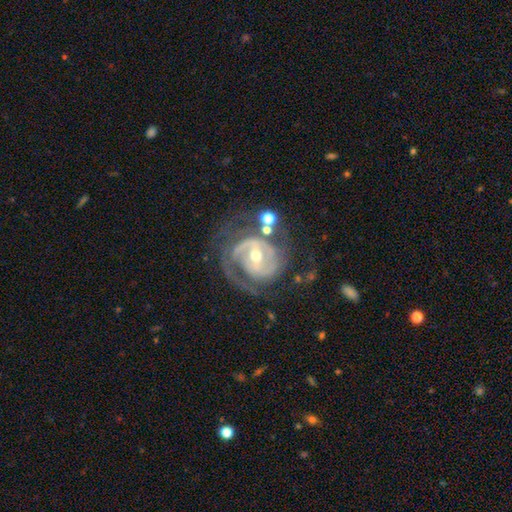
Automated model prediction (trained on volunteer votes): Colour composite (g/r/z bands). It shows a featured or disk galaxy (89%) with a weak bar (42%), 2 (57%) tight (56%) spiral arms (95%) and a moderate central bulge (60%). Merging: none (58%).